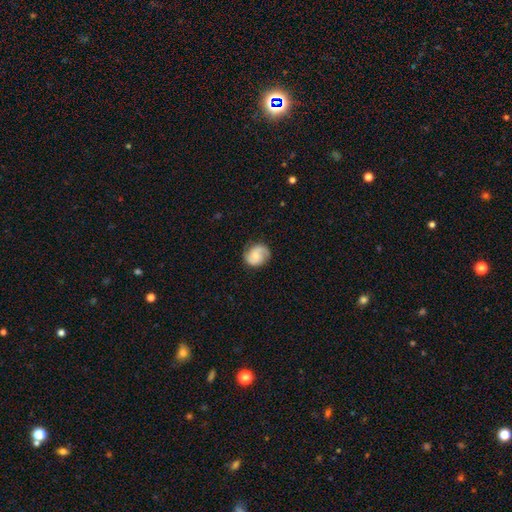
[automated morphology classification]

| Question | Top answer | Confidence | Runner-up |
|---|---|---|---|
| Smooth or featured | featured or disk | 60% | smooth (33%) |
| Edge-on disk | no | 98% | yes (2%) |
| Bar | no | 68% | weak (28%) |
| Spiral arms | yes | 93% | no (7%) |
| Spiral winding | medium | 43% | tight (37%) |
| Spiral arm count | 2 | 76% | can't tell (9%) |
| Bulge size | small | 52% | moderate (35%) |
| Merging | none | 75% | minor disturbance (18%) |